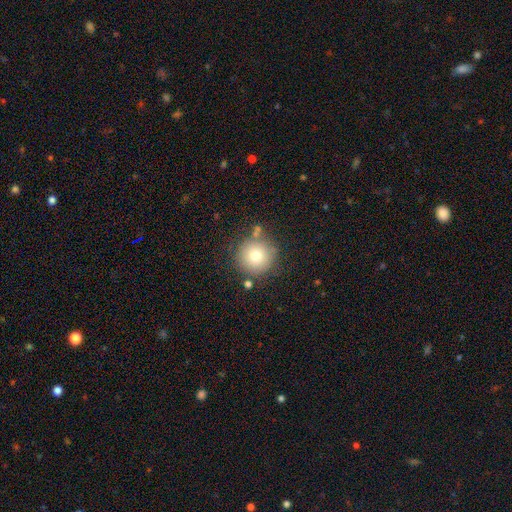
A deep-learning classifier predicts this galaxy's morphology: A smooth galaxy with no disk features (76%) that is round (95%).

Vote fractions:
- Smooth or featured? smooth: 76% / featured or disk: 13% / star or artifact: 11%
- How rounded? round: 95% / in between: 4% / cigar-shaped: 1%
- Merging? none: 80% / minor disturbance: 11% / merger: 6% / major disturbance: 4%